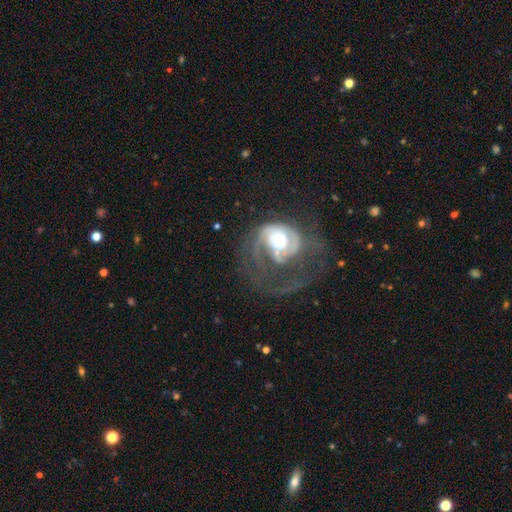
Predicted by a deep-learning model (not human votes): The model was most divided on "spiral winding": medium: 41%, tight: 34%, loose: 26%. Remaining: edge-on disk — no (98%); spiral arms — yes (79%); smooth or featured — featured or disk (74%); bar — no (62%); bulge size — moderate (50%); merging — major disturbance (46%); spiral arm count — 1 (45%).